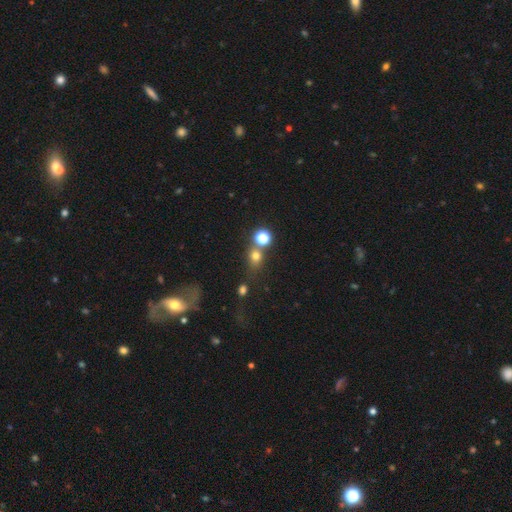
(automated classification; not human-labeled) This is likely a smooth galaxy (68%). How rounded: likely round (71%). Merging: likely none (60%).